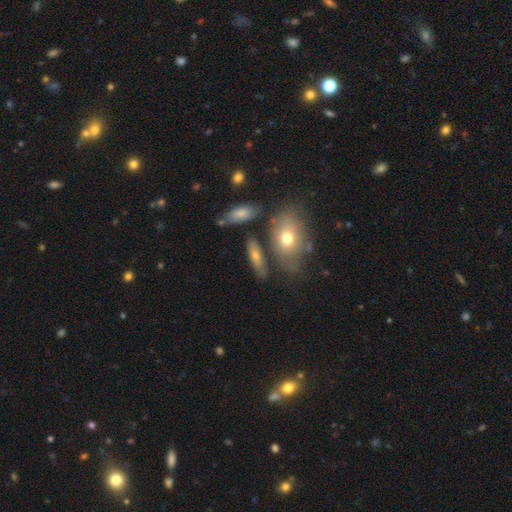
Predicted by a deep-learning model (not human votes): Smooth or featured?
  - smooth: 62% *
  - featured or disk: 29%
  - star or artifact: 9%
How rounded?
  - in between: 54% *
  - cigar-shaped: 38%
  - round: 8%
Merging?
  - none: 62% *
  - minor disturbance: 18%
  - merger: 14%
  - major disturbance: 6%